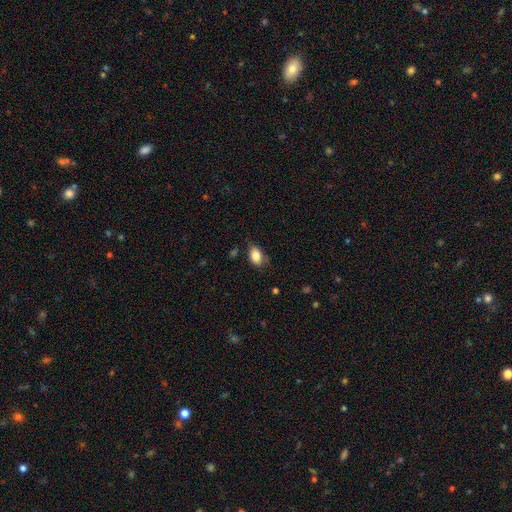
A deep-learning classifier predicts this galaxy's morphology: smooth_or_featured: smooth (p=0.84) [alt: featured or disk p=0.08]
how_rounded: in between (p=0.89) [alt: round p=0.10]
merging: none (p=0.72) [alt: minor disturbance p=0.22]